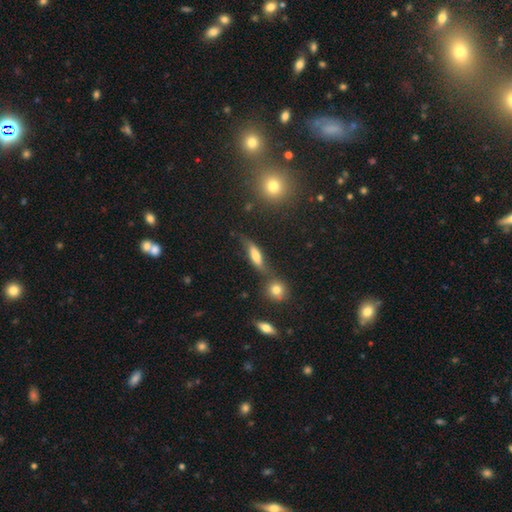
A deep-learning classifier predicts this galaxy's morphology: Smooth or featured? Predicted: smooth (p=0.55). How rounded? Predicted: cigar-shaped (p=0.48). Merging? Predicted: none (p=0.57).